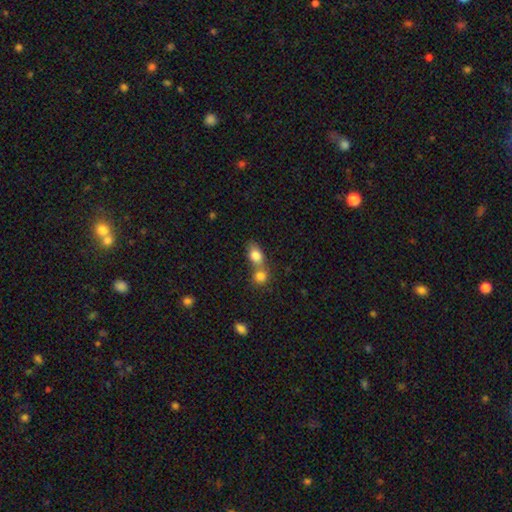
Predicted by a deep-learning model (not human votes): Q: Smooth or featured?
A: smooth (82%); runner-up: featured or disk (9%)
Q: How rounded?
A: in between (67%); runner-up: round (31%)
Q: Merging?
A: merger (55%); runner-up: none (34%)